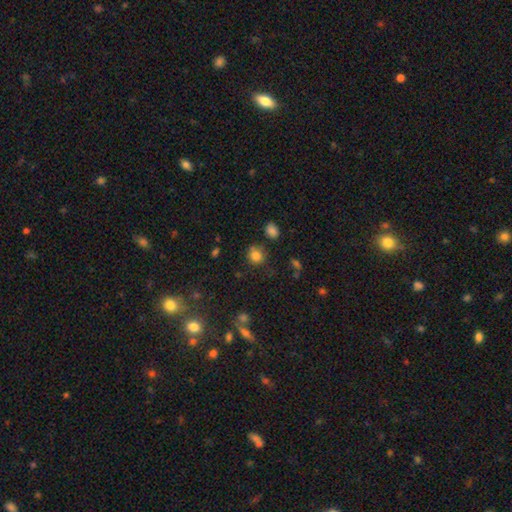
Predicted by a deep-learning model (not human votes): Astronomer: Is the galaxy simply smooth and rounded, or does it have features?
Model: smooth — 81%.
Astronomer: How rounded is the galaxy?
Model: round — 79%.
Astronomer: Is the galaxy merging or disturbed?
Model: none — 72%.